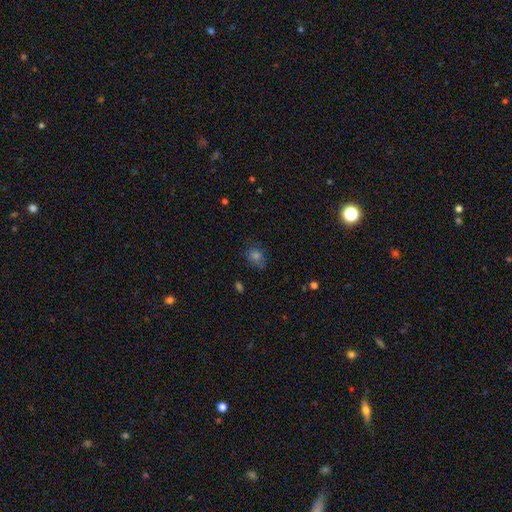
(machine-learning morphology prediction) Overall: smooth (61%; star or artifact 27%). How rounded: round (61%; in between 38%). Merging: none (77%).